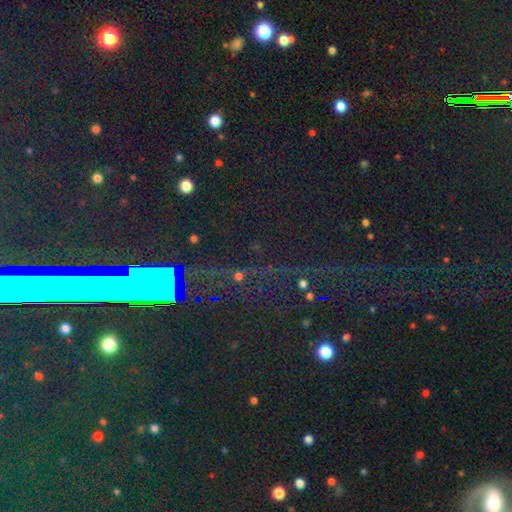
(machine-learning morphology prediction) This is likely a star or artifact rather than a galaxy (78%).